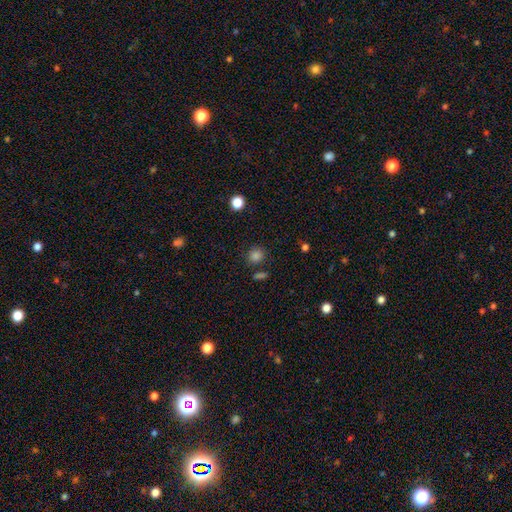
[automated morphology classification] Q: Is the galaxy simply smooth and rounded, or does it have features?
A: smooth — 83%.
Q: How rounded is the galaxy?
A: round — 85%.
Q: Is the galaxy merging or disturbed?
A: none — 81%.